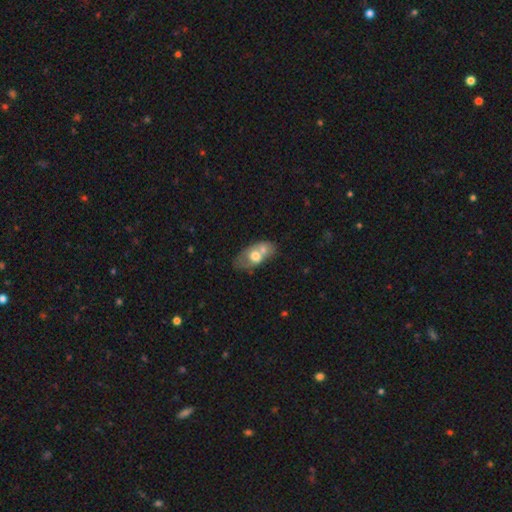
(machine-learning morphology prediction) type=smooth (59%); roundness=in between (83%); merging=merger (52%).